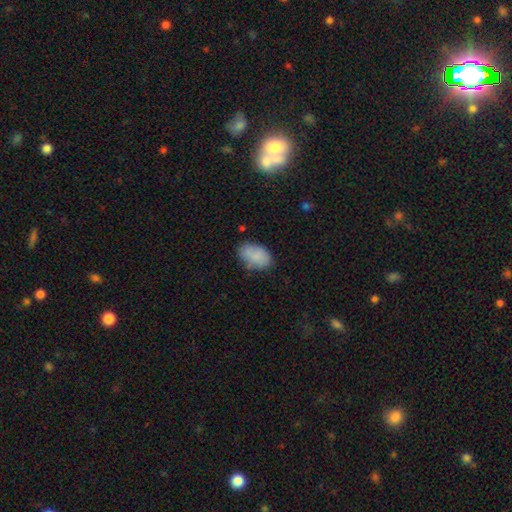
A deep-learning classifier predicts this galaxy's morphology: A smooth galaxy with no disk features (83%) that is in between round and cigar-shaped (90%). Merging: none (70%).